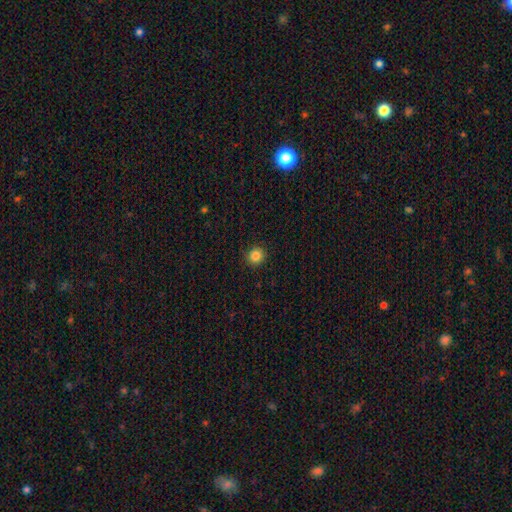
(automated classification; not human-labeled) Smooth or featured?
  - smooth: 85% *
  - star or artifact: 11%
  - featured or disk: 4%
How rounded?
  - round: 92% *
  - in between: 7%
  - cigar-shaped: 1%
Merging?
  - none: 92% *
  - minor disturbance: 5%
  - major disturbance: 2%
  - merger: 1%